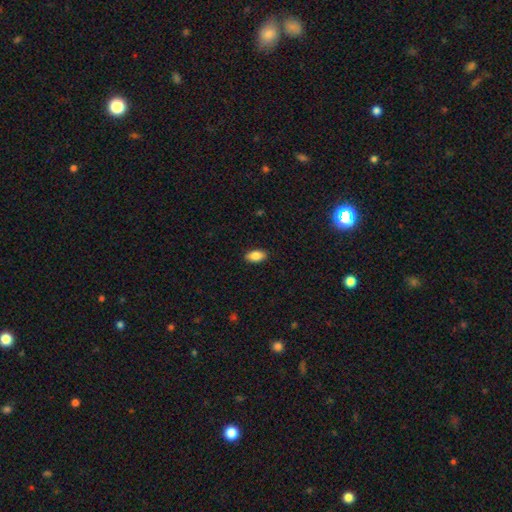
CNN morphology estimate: A smooth galaxy with no disk features (87%) that is in between round and cigar-shaped (92%). Merging: none (89%).